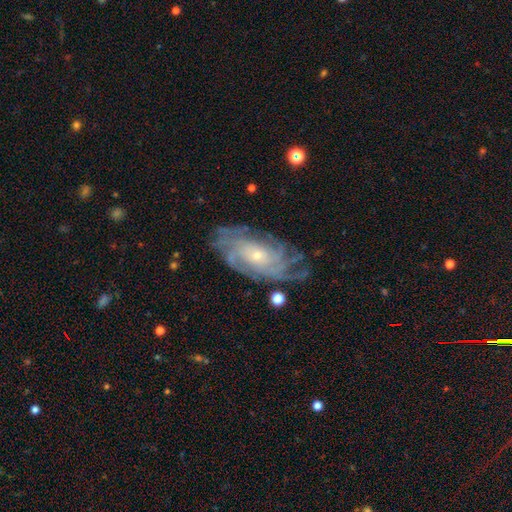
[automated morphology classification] A featured or disk galaxy (79%) with no bar (73%), tight (72%) spiral arms (93%) and a small central bulge (62%).

Vote fractions:
- Smooth or featured? featured or disk: 79% / smooth: 12% / star or artifact: 9%
- Edge-on disk? no: 92% / yes: 8%
- Bar? no: 73% / weak: 21% / strong: 5%
- Spiral arms? yes: 93% / no: 7%
- Spiral winding? tight: 72% / medium: 22% / loose: 6%
- Spiral arm count? can't tell: 48% / 4: 14% / 3: 12% / 2: 12% / more than 4: 9% / 1: 6%
- Bulge size? small: 62% / moderate: 34% / large: 2% / none: 2% / dominant: 1%
- Merging? none: 76% / minor disturbance: 17% / major disturbance: 6% / merger: 2%